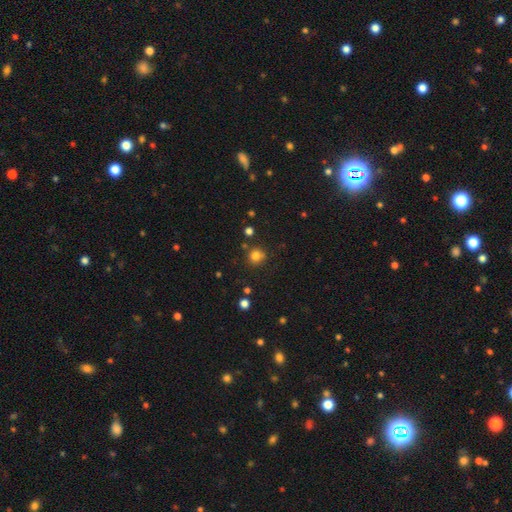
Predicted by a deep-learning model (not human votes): Q: Smooth or featured?
A: smooth (80%); runner-up: star or artifact (15%)
Q: How rounded?
A: round (89%); runner-up: in between (10%)
Q: Merging?
A: none (78%); runner-up: minor disturbance (11%)